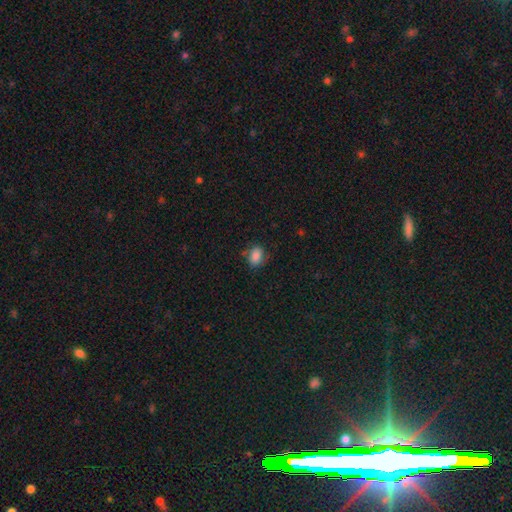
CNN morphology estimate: smooth-or-featured: smooth: 86% | star or artifact: 9% | featured or disk: 5%
  how-rounded: in between: 72% | round: 26% | cigar-shaped: 1%
  merging: none: 70% | minor disturbance: 21% | major disturbance: 6% | merger: 3%